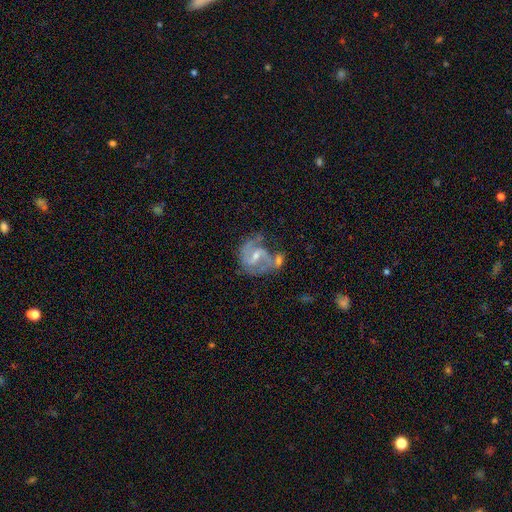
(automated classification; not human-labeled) Smooth or featured?
  - featured or disk: 84% *
  - smooth: 9%
  - star or artifact: 7%
Edge-on disk?
  - no: 97% *
  - yes: 3%
Bar?
  - weak: 52% *
  - strong: 25%
  - no: 23%
Spiral arms?
  - yes: 93% *
  - no: 7%
Spiral winding?
  - medium: 52% *
  - tight: 27%
  - loose: 20%
Spiral arm count?
  - 2: 78% *
  - can't tell: 8%
  - 1: 5%
  - 3: 5%
  - 4: 2%
  - more than 4: 1%
Bulge size?
  - small: 53% *
  - moderate: 41%
  - none: 3%
  - large: 2%
  - dominant: 1%
Merging?
  - none: 44% *
  - merger: 22%
  - minor disturbance: 20%
  - major disturbance: 14%